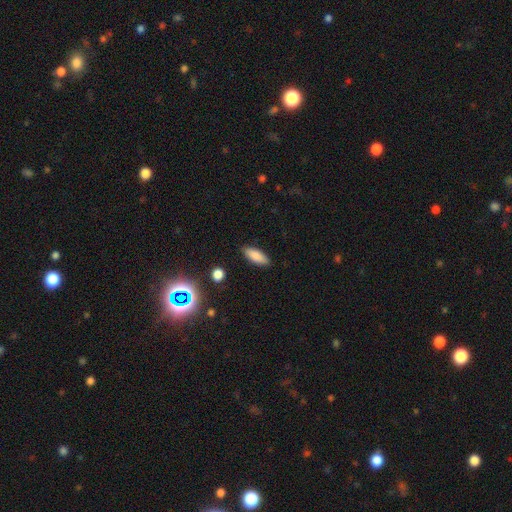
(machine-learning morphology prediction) Smooth or featured? smooth (84%)
How rounded? in between (70%)
Merging? none (87%)